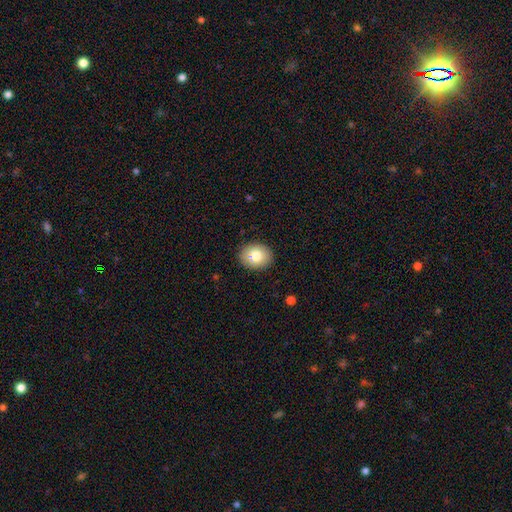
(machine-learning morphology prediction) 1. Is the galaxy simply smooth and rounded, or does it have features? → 78% smooth, 13% featured or disk, 9% star or artifact.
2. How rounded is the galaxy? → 50% round, 49% in between, 1% cigar-shaped.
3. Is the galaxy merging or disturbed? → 88% none, 8% minor disturbance, 2% major disturbance, 1% merger.